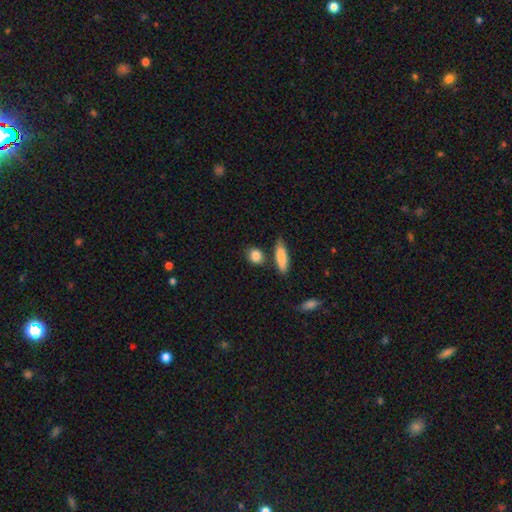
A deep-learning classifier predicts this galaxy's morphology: A smooth galaxy with no disk features (86%) that is round (52%). Merging: none (75%).